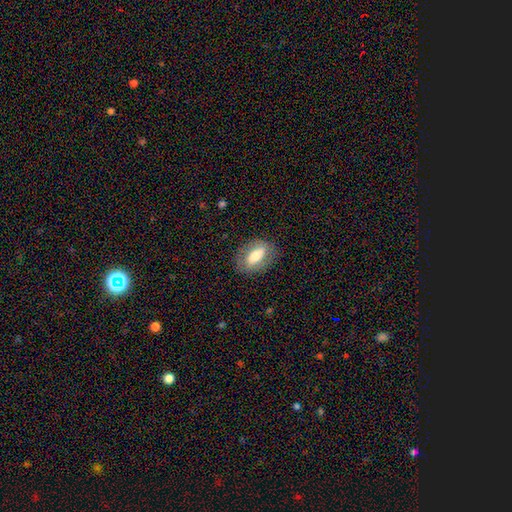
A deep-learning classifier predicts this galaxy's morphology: The model was most divided on "smooth or featured": smooth: 59%, featured or disk: 34%, star or artifact: 7%. More confident: how rounded — in between (86%); merging — none (82%).